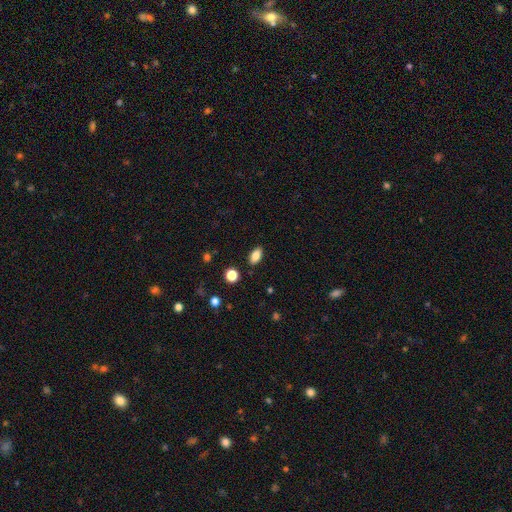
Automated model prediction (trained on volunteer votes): Smooth or featured? Predicted: smooth (p=0.84). How rounded? Predicted: in between (p=0.89). Merging? Predicted: none (p=0.88).